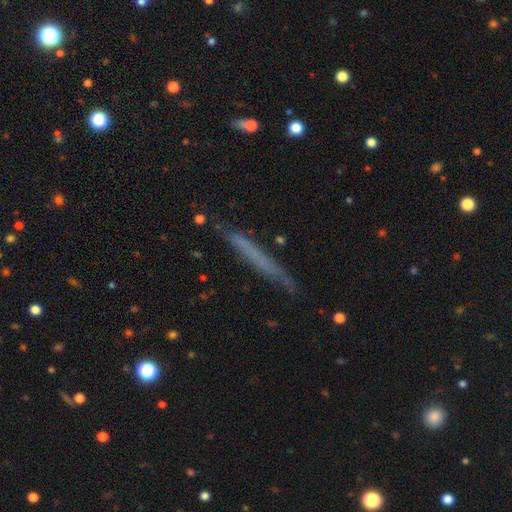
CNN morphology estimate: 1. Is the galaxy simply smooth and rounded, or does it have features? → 50% smooth, 42% featured or disk, 7% star or artifact.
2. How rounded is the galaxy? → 96% cigar-shaped, 2% in between, 2% round.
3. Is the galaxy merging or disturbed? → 83% none, 13% minor disturbance, 3% major disturbance, 2% merger.